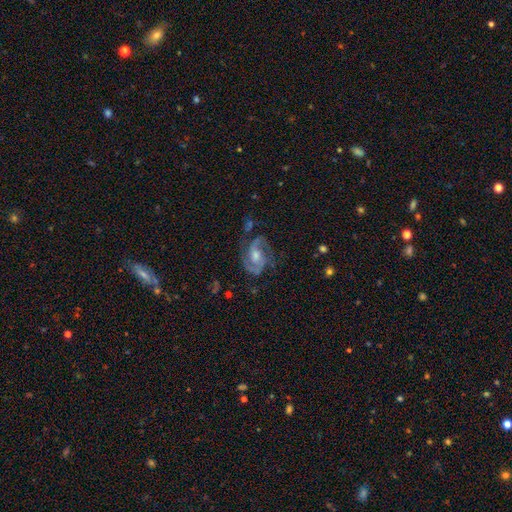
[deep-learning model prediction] Overall: featured or disk (87%). Edge-on disk: no (97%). Bar: no (47%; weak 40%). Spiral arms: yes (97%). Spiral arm count: 2 (85%). Spiral winding: medium (54%; tight 33%). Bulge size: moderate (62%; small 23%). Merging: none (73%).